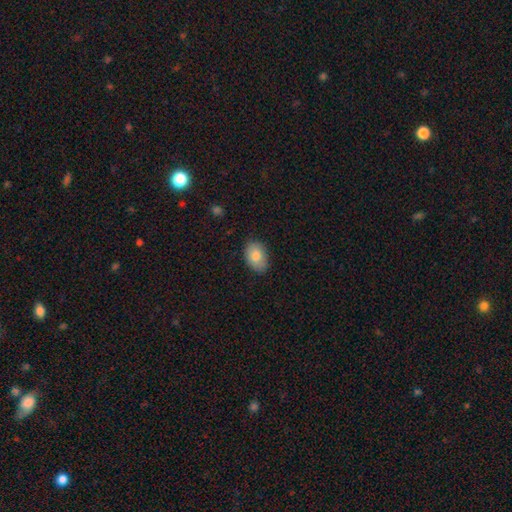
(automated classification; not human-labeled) smooth_or_featured: smooth (p=0.82) [alt: featured or disk p=0.11]
how_rounded: in between (p=0.87) [alt: round p=0.12]
merging: none (p=0.83) [alt: minor disturbance p=0.13]